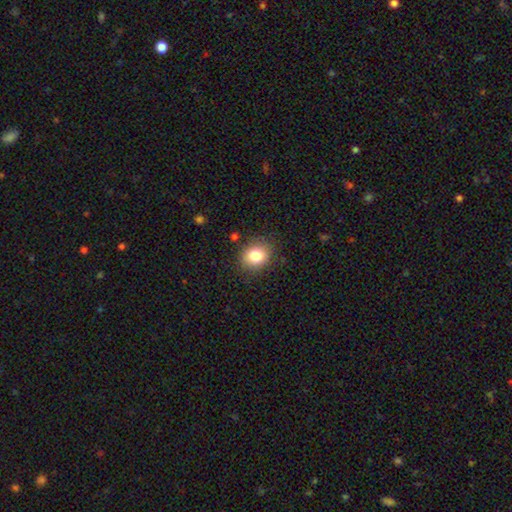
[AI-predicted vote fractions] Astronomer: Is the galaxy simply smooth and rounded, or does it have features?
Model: smooth — 82%.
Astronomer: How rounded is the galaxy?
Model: round — 62%.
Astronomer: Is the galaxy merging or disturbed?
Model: none — 85%.